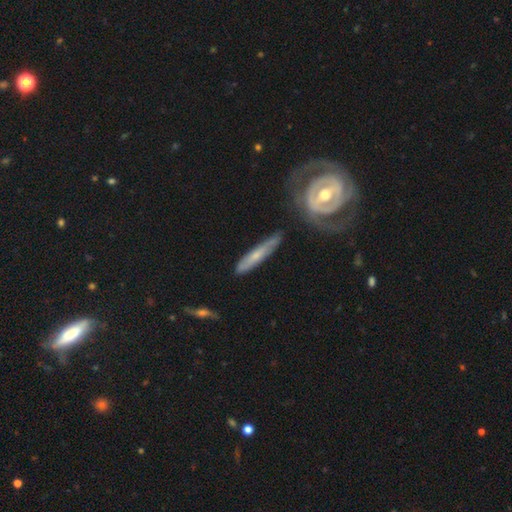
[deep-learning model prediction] A featured or disk galaxy (54%) viewed edge-on (62%).

Vote fractions:
- Smooth or featured? featured or disk: 54% / smooth: 40% / star or artifact: 6%
- Edge-on disk? yes: 62% / no: 38%
- Merging? none: 69% / minor disturbance: 20% / major disturbance: 6% / merger: 4%